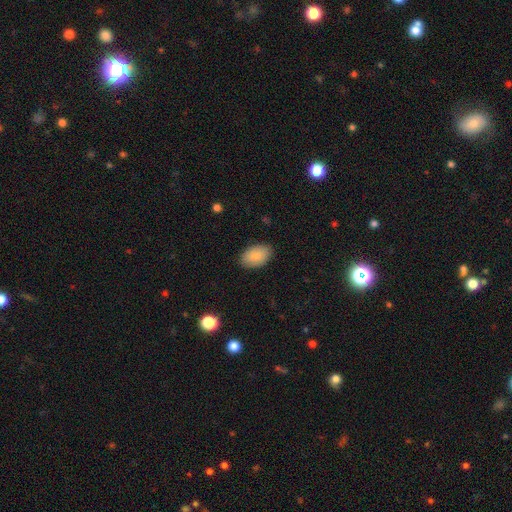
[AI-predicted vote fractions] smooth-or-featured: smooth: 85% | featured or disk: 8% | star or artifact: 6%
  how-rounded: in between: 92% | round: 6% | cigar-shaped: 1%
  merging: none: 87% | minor disturbance: 10% | major disturbance: 2% | merger: 1%